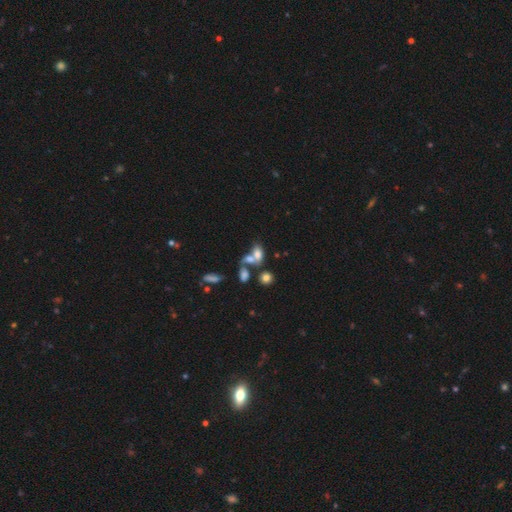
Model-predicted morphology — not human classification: smooth 66%, featured or disk 20%, star or artifact 14%. Down the decision tree: how rounded — in between (80%); merging — merger (50%).